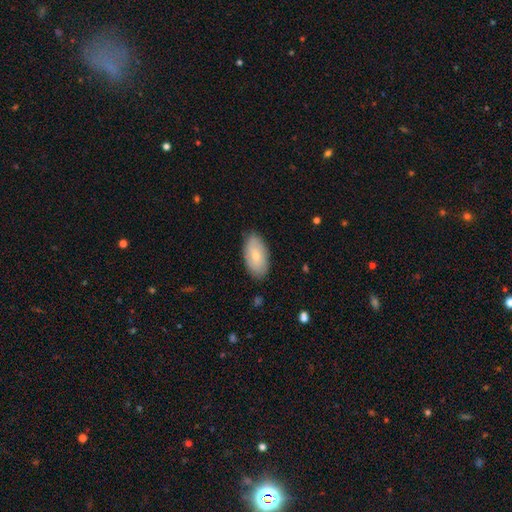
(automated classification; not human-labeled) Smooth or featured? smooth (73%)
How rounded? in between (94%)
Merging? none (84%)